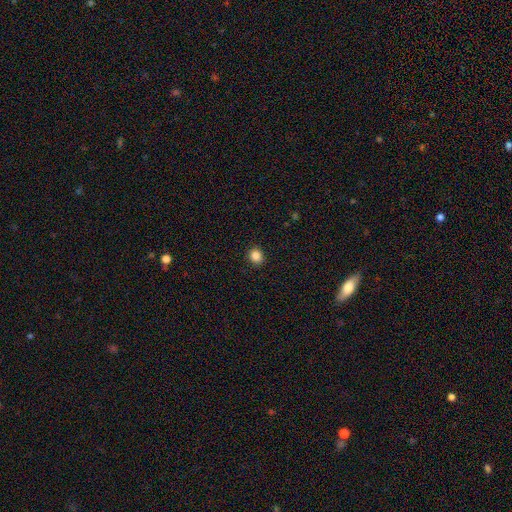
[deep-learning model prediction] A smooth galaxy with no disk features (86%) that is round (80%).

Vote fractions:
- Smooth or featured? smooth: 86% / star or artifact: 11% / featured or disk: 3%
- How rounded? round: 80% / in between: 19% / cigar-shaped: 1%
- Merging? none: 92% / minor disturbance: 5% / major disturbance: 2% / merger: 1%